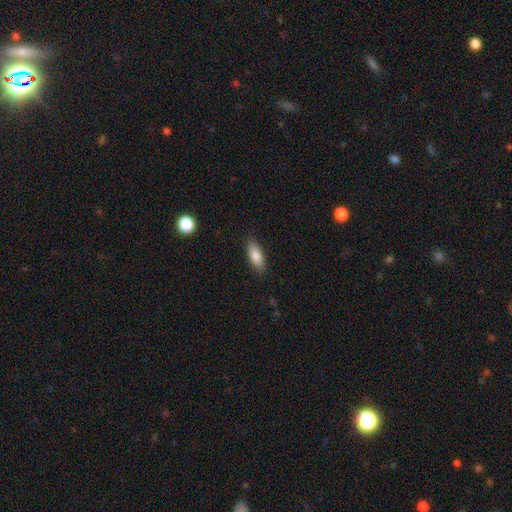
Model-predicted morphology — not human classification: smooth_or_featured: smooth (p=0.84) [alt: featured or disk p=0.10]
how_rounded: in between (p=0.73) [alt: cigar-shaped p=0.24]
merging: none (p=0.87) [alt: minor disturbance p=0.10]